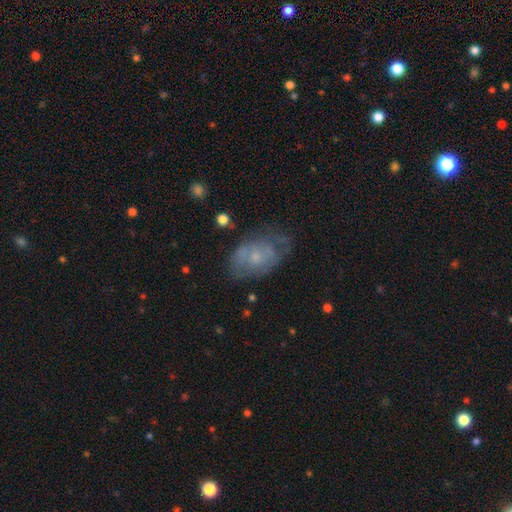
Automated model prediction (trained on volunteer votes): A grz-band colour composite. It shows a featured or disk galaxy (50%). Merging: none (53%).